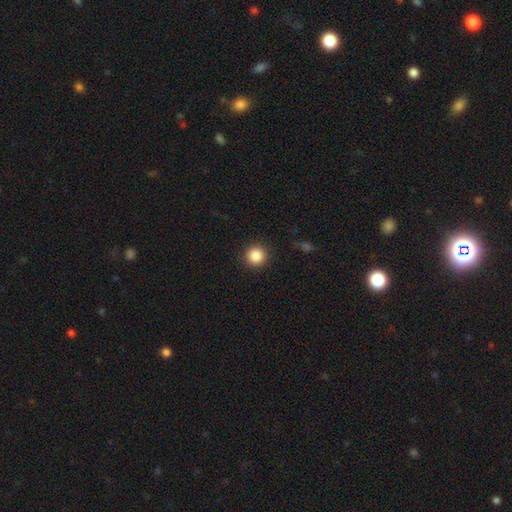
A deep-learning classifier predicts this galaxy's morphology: type=smooth (86%); roundness=round (95%); merging=none (92%).